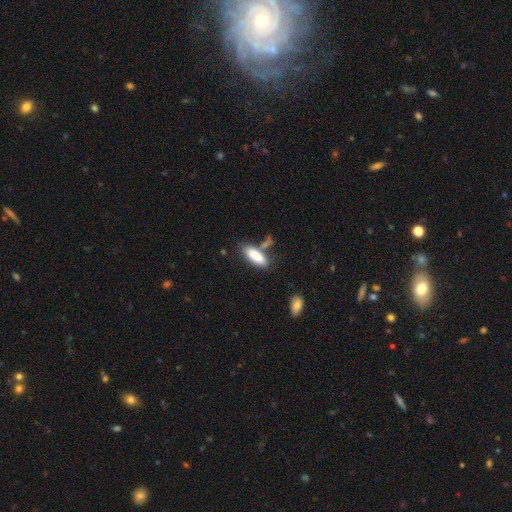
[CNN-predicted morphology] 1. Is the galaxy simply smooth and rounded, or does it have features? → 85% smooth, 8% featured or disk, 7% star or artifact.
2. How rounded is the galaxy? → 72% in between, 26% cigar-shaped, 2% round.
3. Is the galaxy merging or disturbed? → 54% none, 20% minor disturbance, 18% merger, 7% major disturbance.